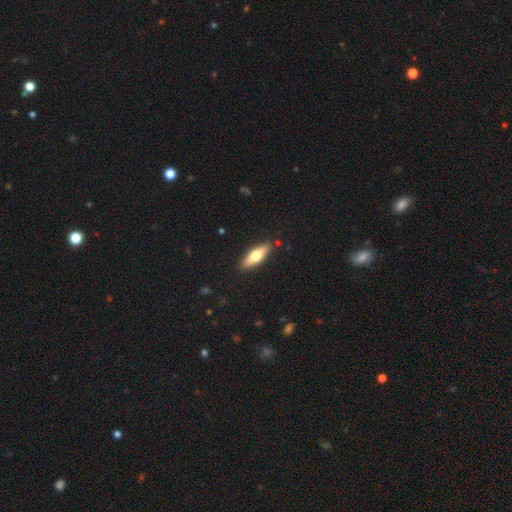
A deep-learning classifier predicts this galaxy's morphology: Smooth or featured?
  - smooth: 57% *
  - featured or disk: 37%
  - star or artifact: 5%
How rounded?
  - cigar-shaped: 50% *
  - in between: 47%
  - round: 2%
Merging?
  - none: 89% *
  - minor disturbance: 8%
  - major disturbance: 2%
  - merger: 1%